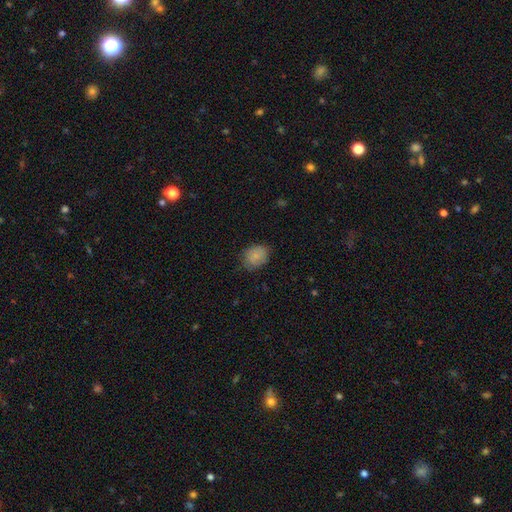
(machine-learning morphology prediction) smooth-or-featured: smooth: 82% | featured or disk: 10% | star or artifact: 8%
  how-rounded: round: 52% | in between: 47% | cigar-shaped: 1%
  merging: none: 71% | minor disturbance: 23% | major disturbance: 5% | merger: 1%